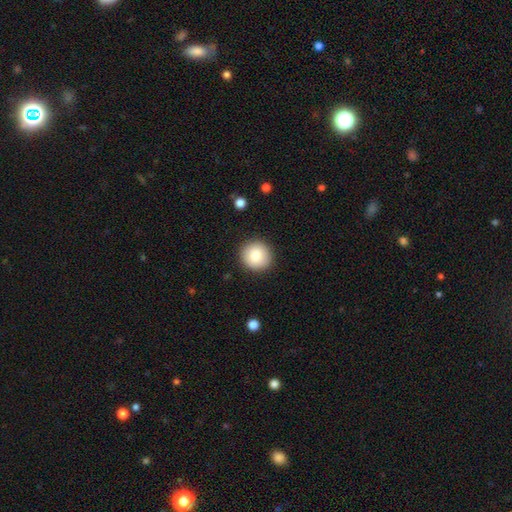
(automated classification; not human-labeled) smooth-or-featured: smooth: 84% | featured or disk: 8% | star or artifact: 8%
  how-rounded: round: 94% | in between: 5% | cigar-shaped: 1%
  merging: none: 91% | minor disturbance: 6% | major disturbance: 2% | merger: 1%